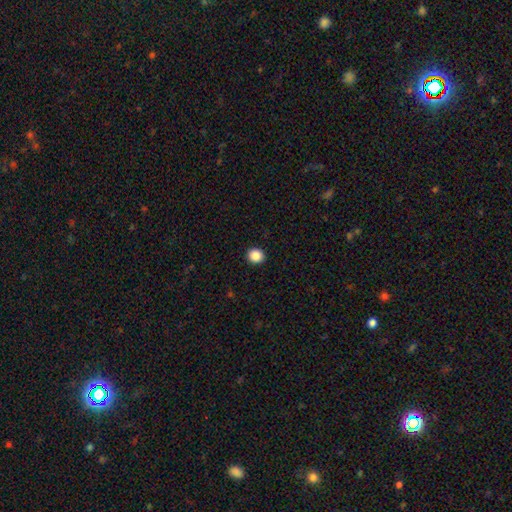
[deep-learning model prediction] A smooth galaxy with no disk features (88%) that is round (86%).

Vote fractions:
- Smooth or featured? smooth: 88% / star or artifact: 9% / featured or disk: 3%
- How rounded? round: 86% / in between: 13% / cigar-shaped: 1%
- Merging? none: 93% / minor disturbance: 4% / major disturbance: 2% / merger: 1%